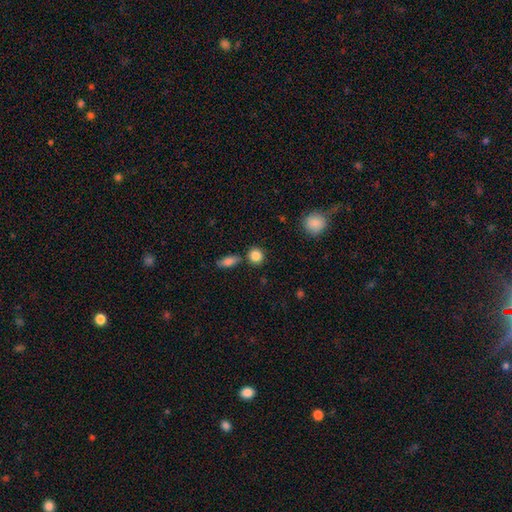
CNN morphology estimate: This is clearly a smooth galaxy (86%). How rounded: clearly round (85%). Merging: likely none (77%).